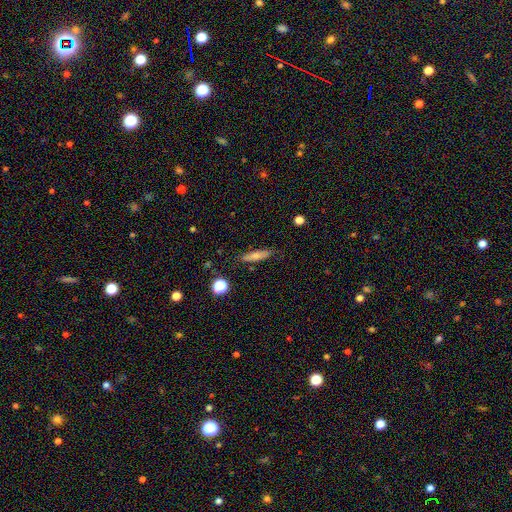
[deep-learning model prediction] Smooth or featured: smooth — 69% (featured or disk — 22%)
How rounded: cigar-shaped — 74% (in between — 23%)
Merging: none — 83% (minor disturbance — 13%)